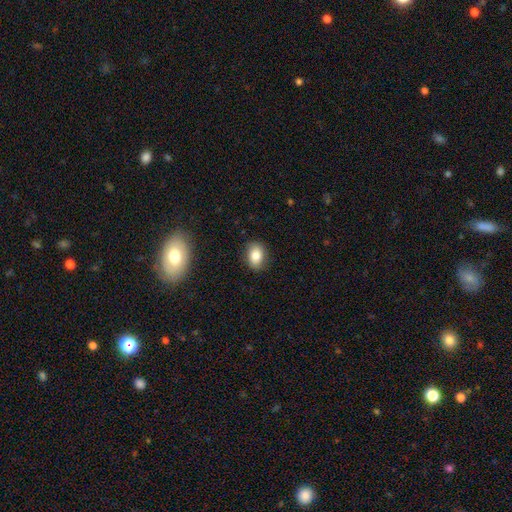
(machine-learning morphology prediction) Smooth or featured? Predicted: smooth (p=0.81). How rounded? Predicted: in between (p=0.75). Merging? Predicted: none (p=0.85).